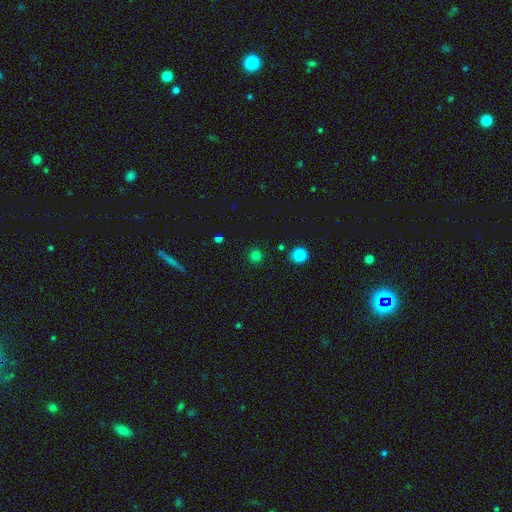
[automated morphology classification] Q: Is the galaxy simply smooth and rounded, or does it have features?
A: smooth — 77%.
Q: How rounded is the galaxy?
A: round — 95%.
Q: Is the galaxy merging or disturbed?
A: none — 90%.